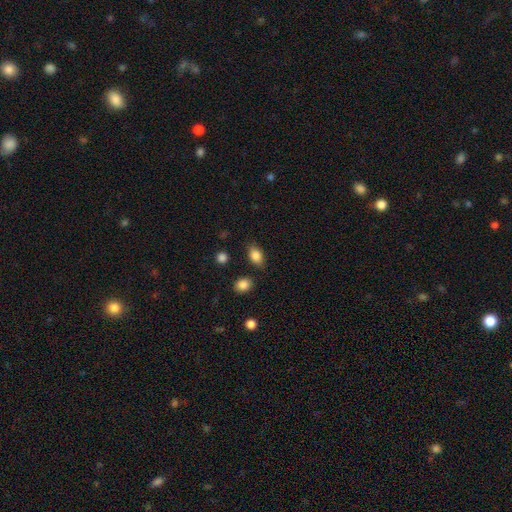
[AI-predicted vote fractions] smooth-or-featured: smooth: 85% | star or artifact: 9% | featured or disk: 6%
  how-rounded: in between: 83% | round: 15% | cigar-shaped: 2%
  merging: none: 80% | minor disturbance: 13% | major disturbance: 3% | merger: 3%